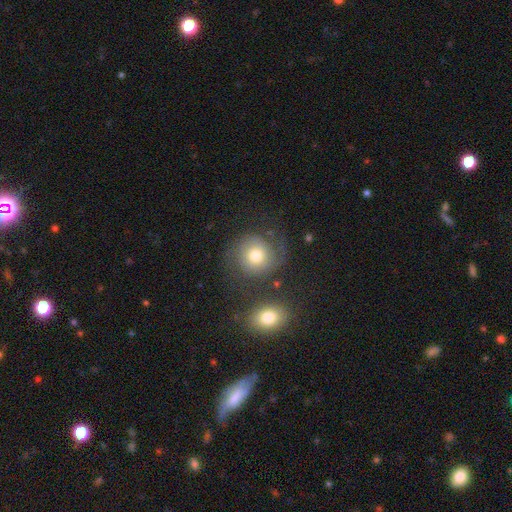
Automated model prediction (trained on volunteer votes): Smooth or featured? Predicted: smooth (p=0.50). Merging? Predicted: none (p=0.60).